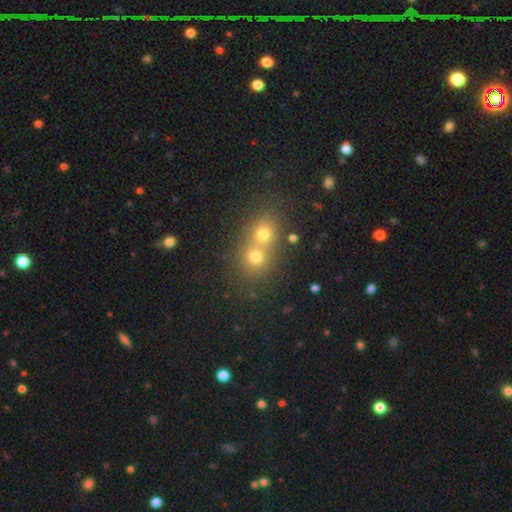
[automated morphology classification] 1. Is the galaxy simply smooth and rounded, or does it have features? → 67% smooth, 18% star or artifact, 15% featured or disk.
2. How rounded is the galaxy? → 76% round, 23% in between, 1% cigar-shaped.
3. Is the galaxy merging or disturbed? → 61% merger, 32% none, 5% minor disturbance, 2% major disturbance.